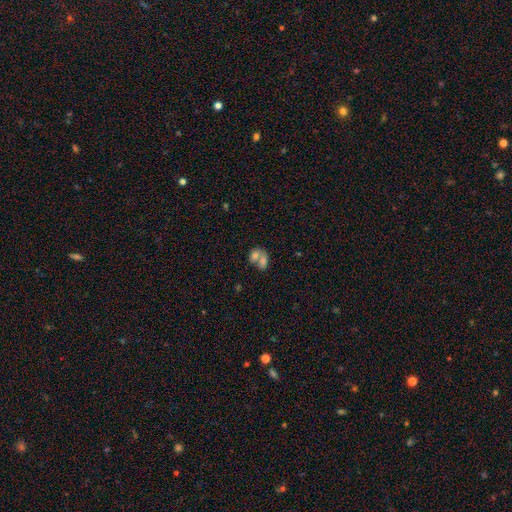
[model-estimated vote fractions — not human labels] Morphology: type=smooth (71%); roundness=in between (68%); merging=merger (70%).